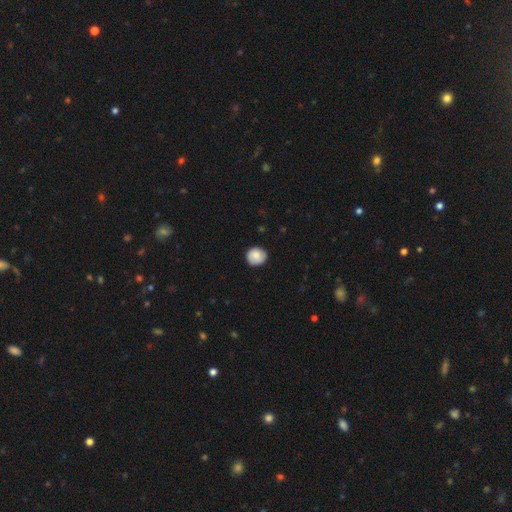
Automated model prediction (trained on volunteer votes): Smooth or featured? Predicted: smooth (p=0.80). How rounded? Predicted: round (p=0.84). Merging? Predicted: none (p=0.82).